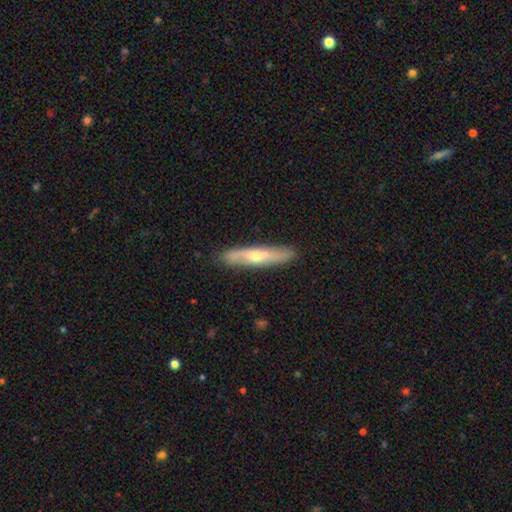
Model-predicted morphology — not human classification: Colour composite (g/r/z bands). It shows a featured or disk galaxy (54%) viewed edge-on (74%). Merging: none (87%).